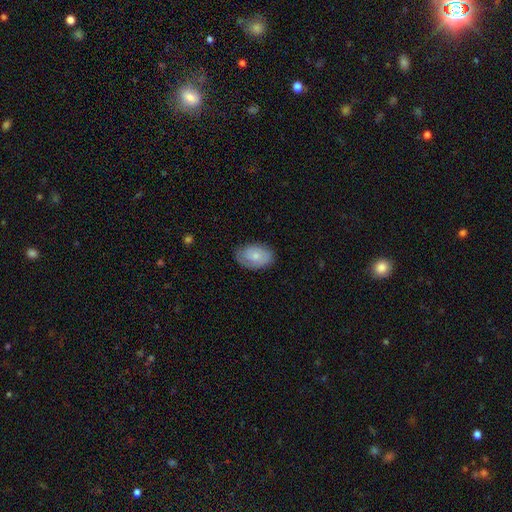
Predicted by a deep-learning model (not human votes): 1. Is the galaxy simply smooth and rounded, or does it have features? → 61% smooth, 33% featured or disk, 6% star or artifact.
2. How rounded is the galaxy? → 88% in between, 11% round, 1% cigar-shaped.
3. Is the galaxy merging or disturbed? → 75% none, 19% minor disturbance, 5% major disturbance, 1% merger.